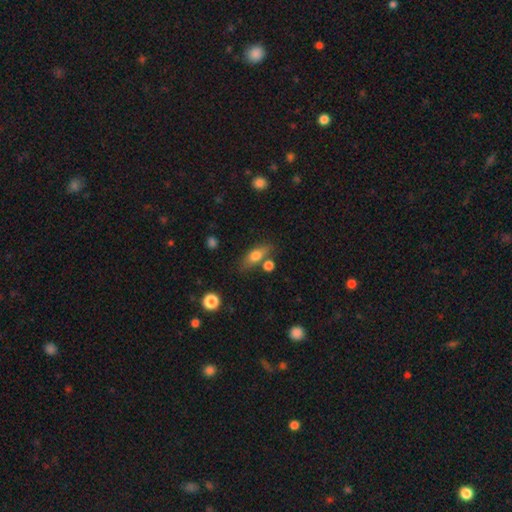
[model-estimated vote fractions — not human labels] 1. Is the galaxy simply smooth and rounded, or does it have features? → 72% smooth, 20% featured or disk, 8% star or artifact.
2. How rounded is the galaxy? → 71% in between, 22% cigar-shaped, 7% round.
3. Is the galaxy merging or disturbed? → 68% none, 15% minor disturbance, 13% merger, 5% major disturbance.